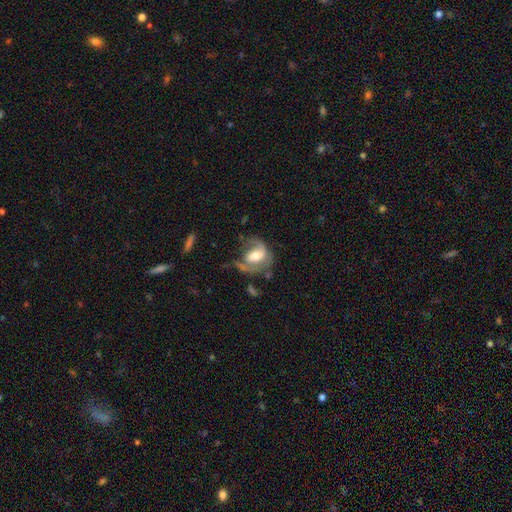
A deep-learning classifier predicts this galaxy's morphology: A featured or disk galaxy (63%) with no bar (40%, tied with weak), spiral arms (73%) and a moderate central bulge (55%). Merging: major disturbance (38%).